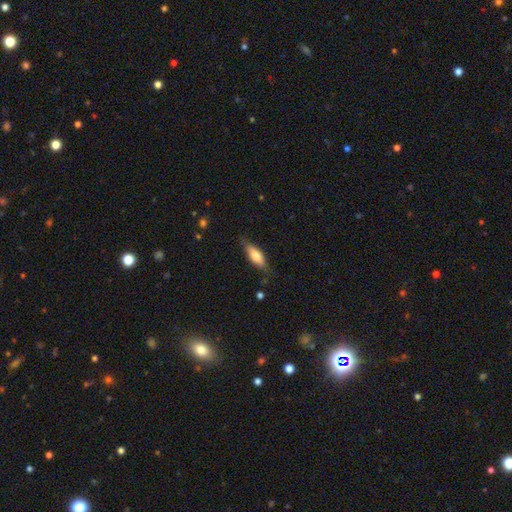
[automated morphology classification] smooth 67%, featured or disk 27%, star or artifact 6%. Down the decision tree: how rounded — in between (56%); merging — none (75%).